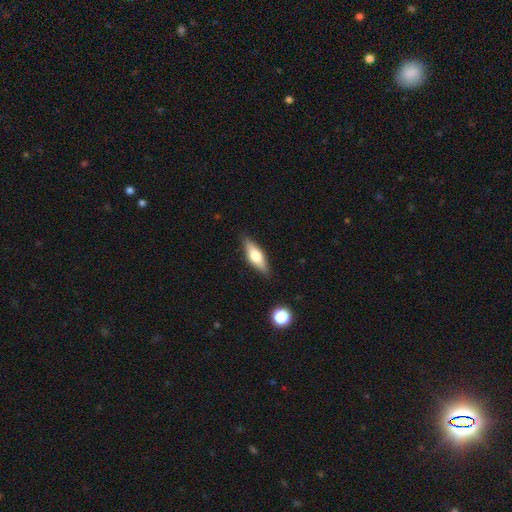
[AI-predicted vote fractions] Smooth or featured? Predicted: smooth (p=0.52). How rounded? Predicted: in between (p=0.53). Merging? Predicted: none (p=0.86).